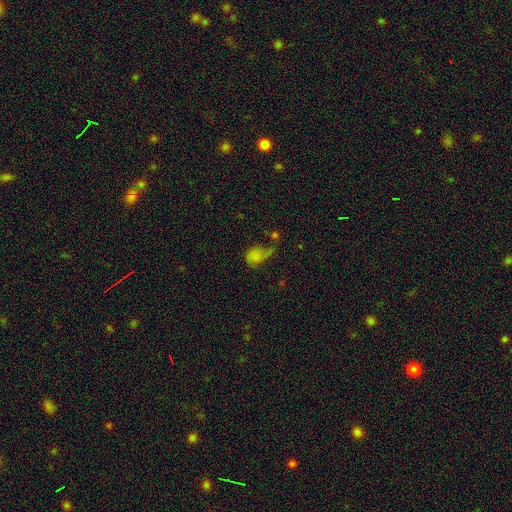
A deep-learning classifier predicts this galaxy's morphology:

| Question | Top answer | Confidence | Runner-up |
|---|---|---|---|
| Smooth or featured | smooth | 67% | featured or disk (17%) |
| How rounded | in between | 67% | round (31%) |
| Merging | major disturbance | 34% | none (26%) |